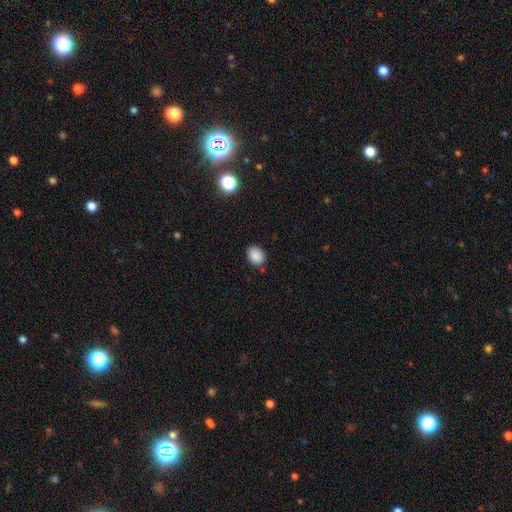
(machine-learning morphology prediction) A smooth galaxy with no disk features (88%) that is in between round and cigar-shaped (69%).

Vote fractions:
- Smooth or featured? smooth: 88% / star or artifact: 8% / featured or disk: 3%
- How rounded? in between: 69% / round: 30% / cigar-shaped: 1%
- Merging? none: 83% / minor disturbance: 12% / major disturbance: 2% / merger: 2%